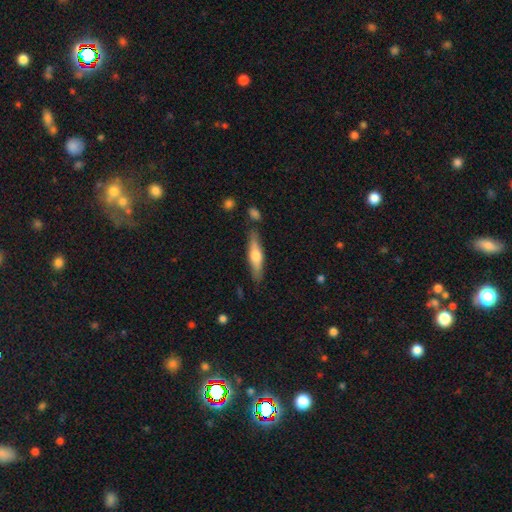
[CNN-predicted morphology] This appears to be a featured or disk galaxy (48%). Merging: none (81%).